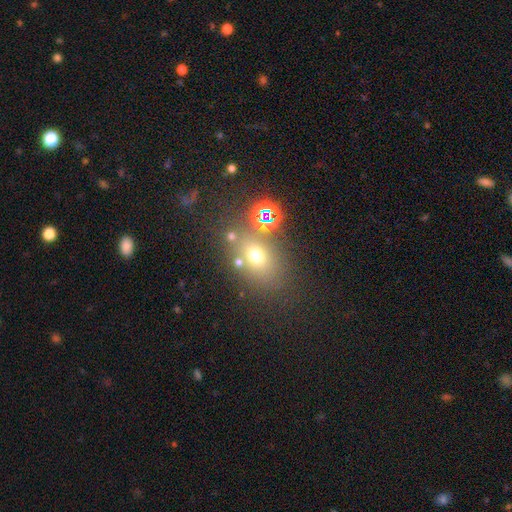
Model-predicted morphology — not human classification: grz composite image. It shows a smooth galaxy with no disk features (62%) that is in between round and cigar-shaped (58%). Merging: none (68%).